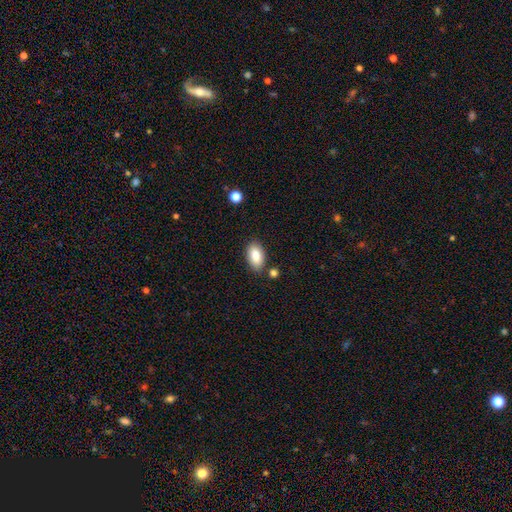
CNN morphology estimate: Smooth or featured?
  - smooth: 86% *
  - featured or disk: 7%
  - star or artifact: 7%
How rounded?
  - in between: 93% *
  - round: 4%
  - cigar-shaped: 3%
Merging?
  - none: 81% *
  - minor disturbance: 11%
  - merger: 5%
  - major disturbance: 3%